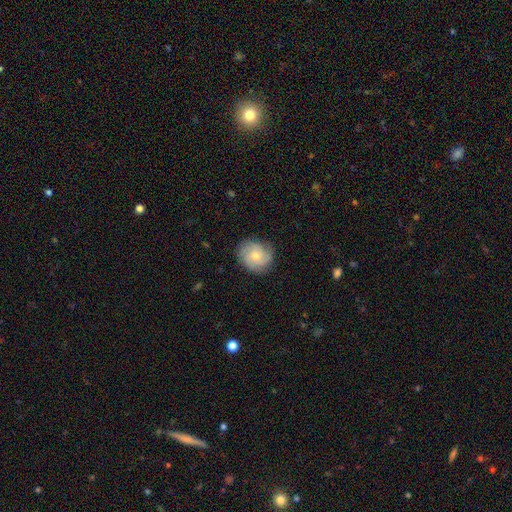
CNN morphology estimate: featured or disk 59%, smooth 34%, star or artifact 7%. Down the decision tree: edge-on disk — no (98%); bar — no (76%); spiral arms — yes (92%); spiral arm count — 3 (40%); spiral winding — tight (51%); bulge size — moderate (47%); merging — none (78%).